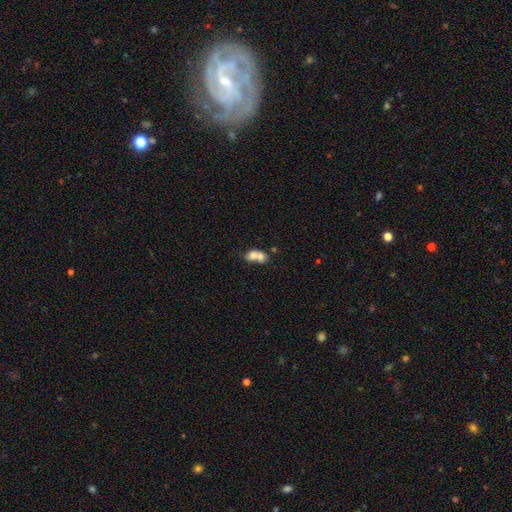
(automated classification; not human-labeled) The model was most divided on "how rounded": in between: 55%, round: 43%, cigar-shaped: 2%. More confident: merging — merger (72%); smooth or featured — smooth (69%).